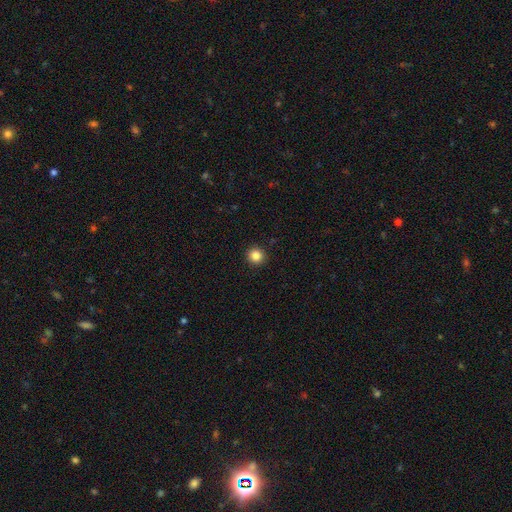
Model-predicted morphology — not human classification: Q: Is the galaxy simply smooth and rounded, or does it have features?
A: smooth — 85%.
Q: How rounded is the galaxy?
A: round — 94%.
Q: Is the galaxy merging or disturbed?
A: none — 93%.